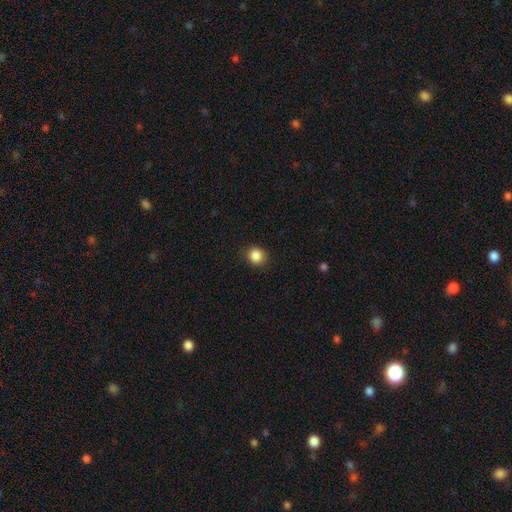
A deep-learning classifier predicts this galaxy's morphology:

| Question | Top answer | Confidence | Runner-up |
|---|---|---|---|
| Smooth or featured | smooth | 86% | star or artifact (10%) |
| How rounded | round | 83% | in between (16%) |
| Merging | none | 89% | minor disturbance (8%) |